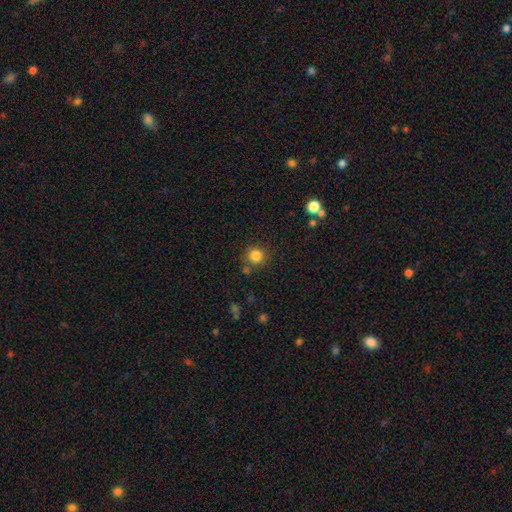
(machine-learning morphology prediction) Smooth or featured: smooth — 84% (star or artifact — 11%)
How rounded: round — 93% (in between — 6%)
Merging: none — 81% (minor disturbance — 9%)